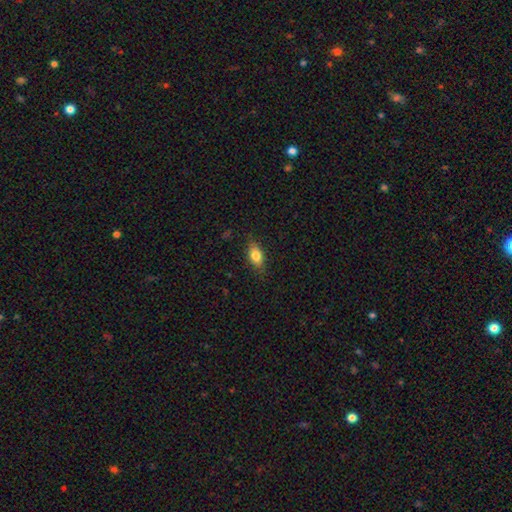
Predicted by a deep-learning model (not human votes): Smooth or featured? smooth (79%)
How rounded? in between (84%)
Merging? none (83%)